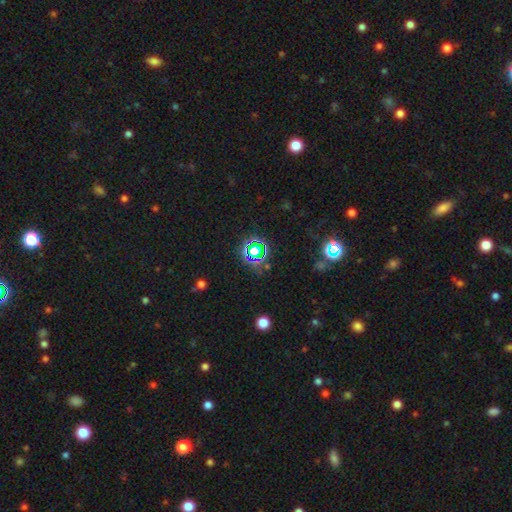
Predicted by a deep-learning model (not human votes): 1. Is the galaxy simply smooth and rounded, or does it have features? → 73% star or artifact, 19% smooth, 8% featured or disk.